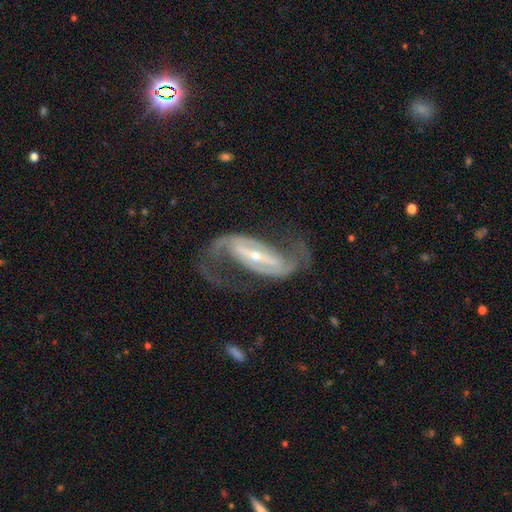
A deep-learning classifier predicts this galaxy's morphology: Q: Smooth or featured?
A: featured or disk (91%); runner-up: smooth (5%)
Q: Edge-on disk?
A: no (94%); runner-up: yes (6%)
Q: Bar?
A: strong (68%); runner-up: weak (22%)
Q: Spiral arms?
A: yes (95%); runner-up: no (5%)
Q: Spiral winding?
A: medium (45%); runner-up: loose (40%)
Q: Spiral arm count?
A: 2 (93%); runner-up: can't tell (3%)
Q: Bulge size?
A: small (68%); runner-up: moderate (28%)
Q: Merging?
A: none (67%); runner-up: major disturbance (17%)